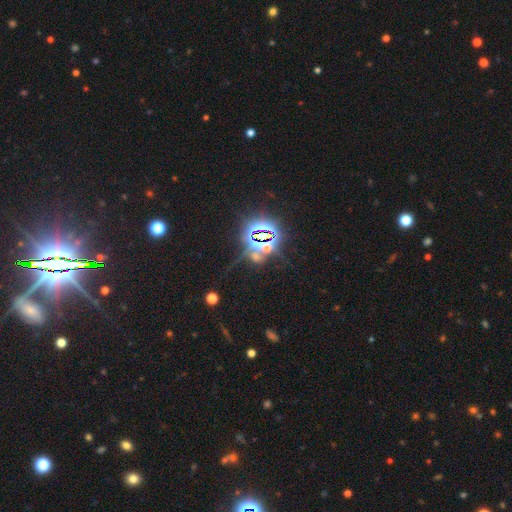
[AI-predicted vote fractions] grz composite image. It shows a star or artifact, not a galaxy (74%).